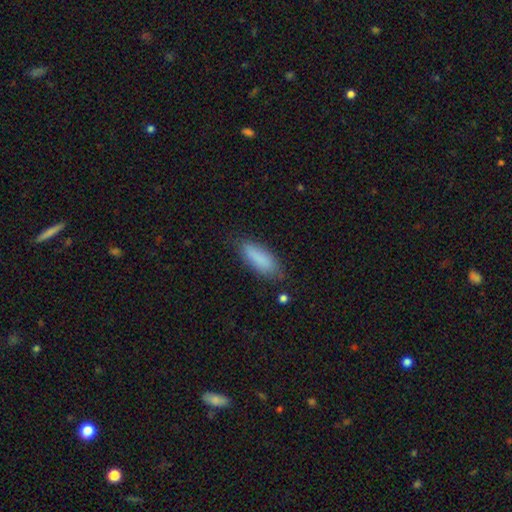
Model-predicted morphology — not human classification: smooth-or-featured: smooth: 86% | star or artifact: 7% | featured or disk: 7%
  how-rounded: in between: 59% | cigar-shaped: 39% | round: 2%
  merging: none: 78% | minor disturbance: 17% | major disturbance: 4% | merger: 2%